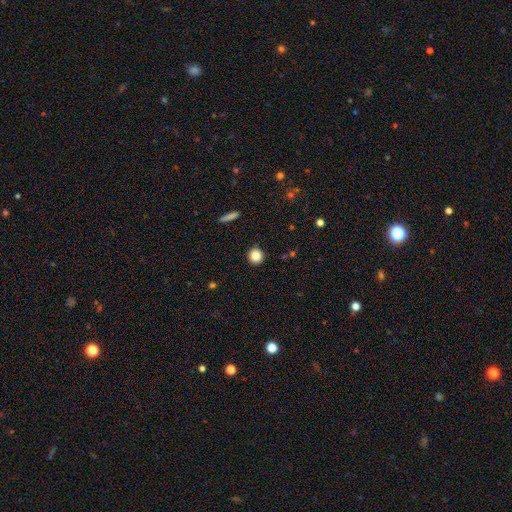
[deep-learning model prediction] Q: Smooth or featured?
A: smooth (85%); runner-up: star or artifact (10%)
Q: How rounded?
A: round (91%); runner-up: in between (8%)
Q: Merging?
A: none (91%); runner-up: minor disturbance (6%)